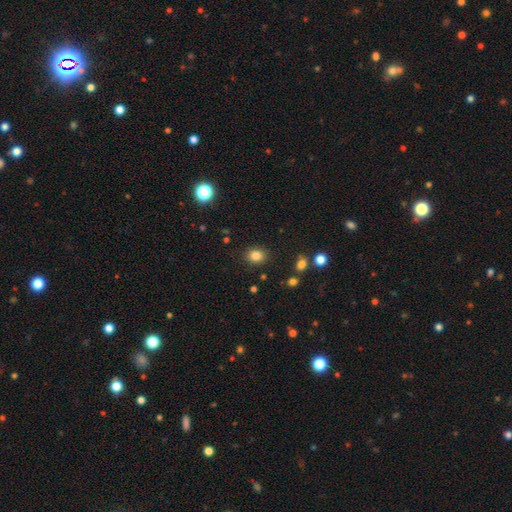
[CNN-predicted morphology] Smooth or featured? Predicted: smooth (p=0.82). How rounded? Predicted: round (p=0.64). Merging? Predicted: none (p=0.87).